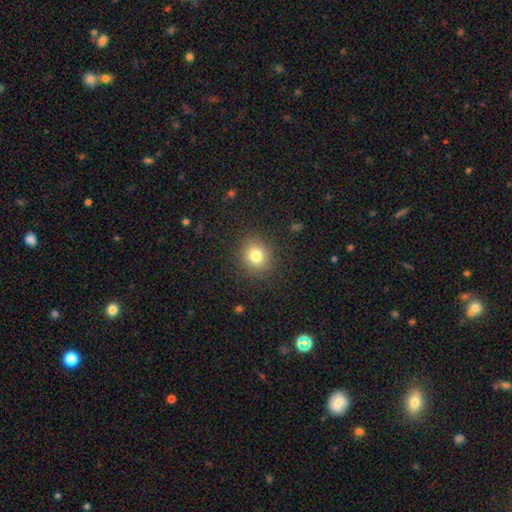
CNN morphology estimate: Smooth or featured: smooth — 80% (star or artifact — 12%)
How rounded: round — 77% (in between — 22%)
Merging: none — 88% (minor disturbance — 8%)